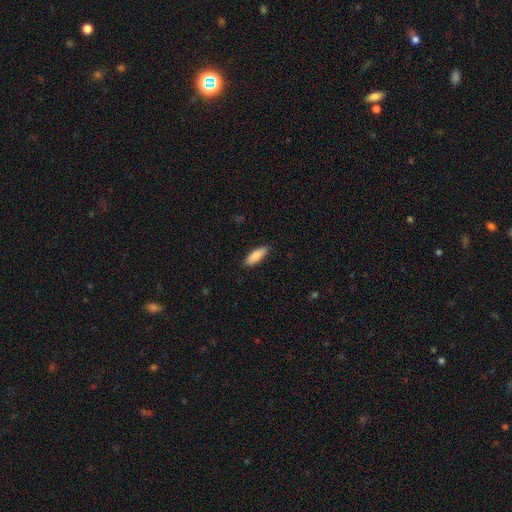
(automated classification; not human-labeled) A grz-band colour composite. It shows a smooth galaxy with no disk features (87%) that is in between round and cigar-shaped (59%). Merging: none (88%).